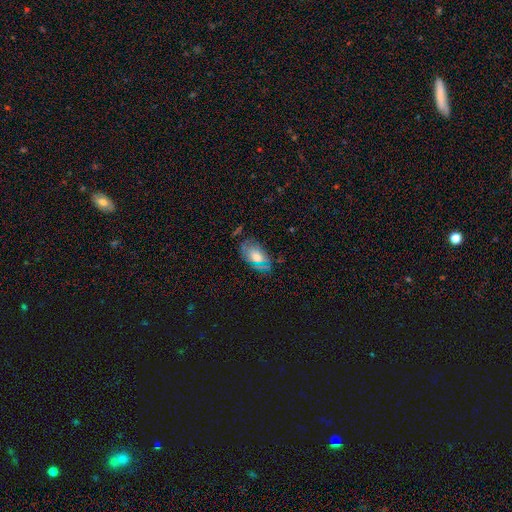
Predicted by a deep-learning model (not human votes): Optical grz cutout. It shows a smooth galaxy with no disk features (53%) that is in between round and cigar-shaped (86%). Merging: none (64%).